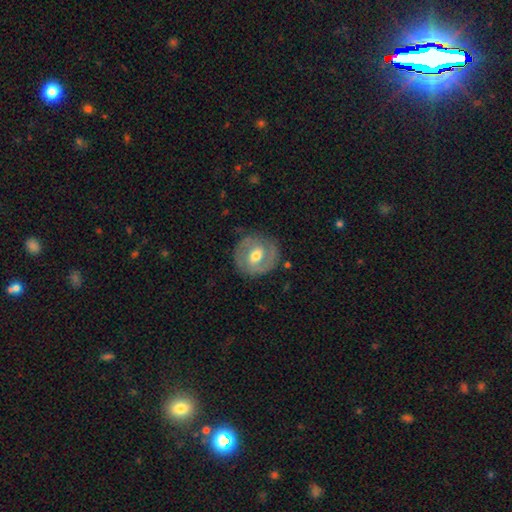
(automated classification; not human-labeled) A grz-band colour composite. It shows a featured or disk galaxy (72%) with a weak bar (51%), 2 (79%) tight (48%) spiral arms (78%) and a moderate central bulge (73%). Merging: none (81%).